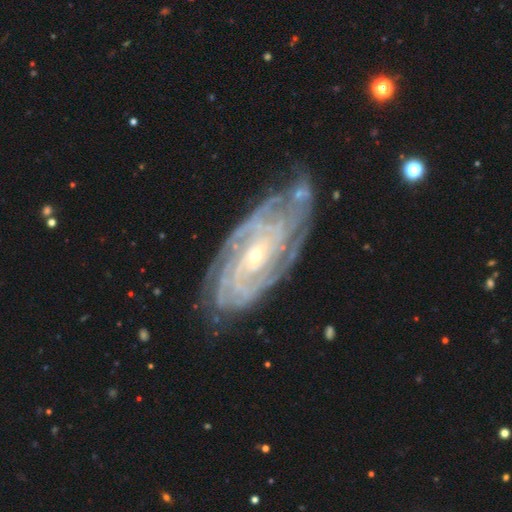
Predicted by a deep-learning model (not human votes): featured or disk 89%, star or artifact 5%, smooth 5%. Down the decision tree: edge-on disk — no (94%); bar — no (61%); spiral arms — yes (97%); spiral arm count — can't tell (30%); spiral winding — tight (79%); bulge size — small (72%); merging — none (70%).